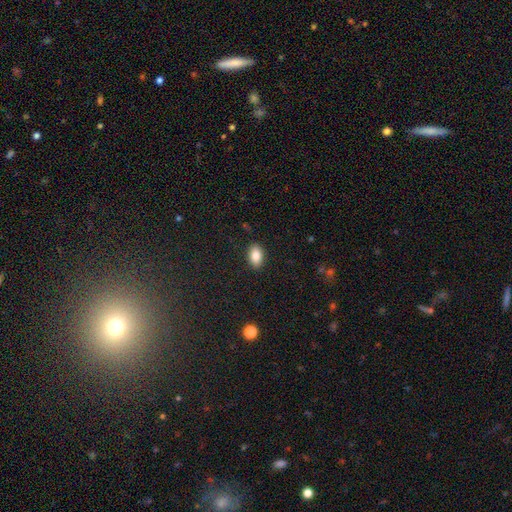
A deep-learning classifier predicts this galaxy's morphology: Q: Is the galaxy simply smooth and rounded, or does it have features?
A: smooth — 85%.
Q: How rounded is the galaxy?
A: in between — 91%.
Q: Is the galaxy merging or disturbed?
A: none — 89%.